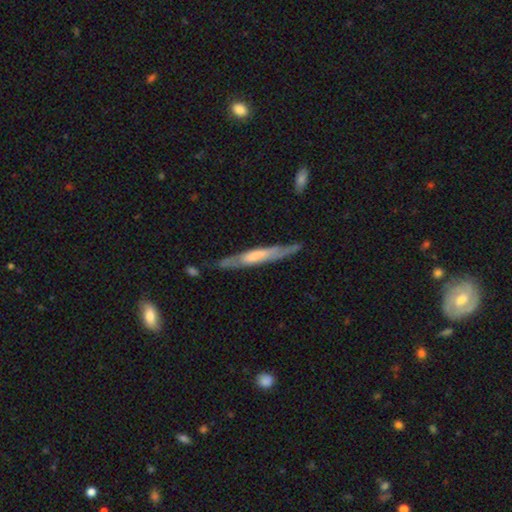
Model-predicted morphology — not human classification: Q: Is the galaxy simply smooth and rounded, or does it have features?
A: featured or disk — 59%.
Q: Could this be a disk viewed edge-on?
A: yes — 79%.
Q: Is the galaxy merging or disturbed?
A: none — 73%.